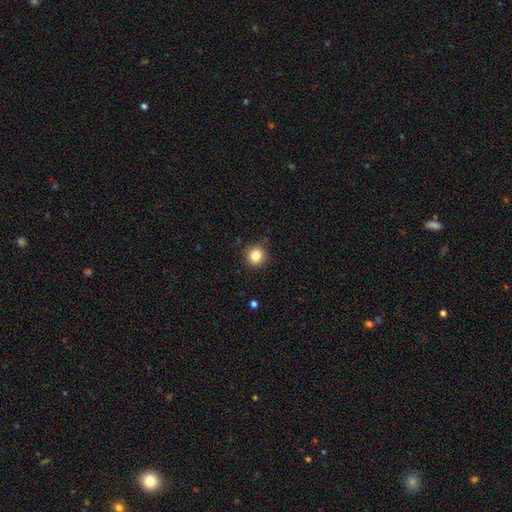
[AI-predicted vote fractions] This appears to be a smooth galaxy with no disk features (84%) that is round (93%). Merging: none (89%).